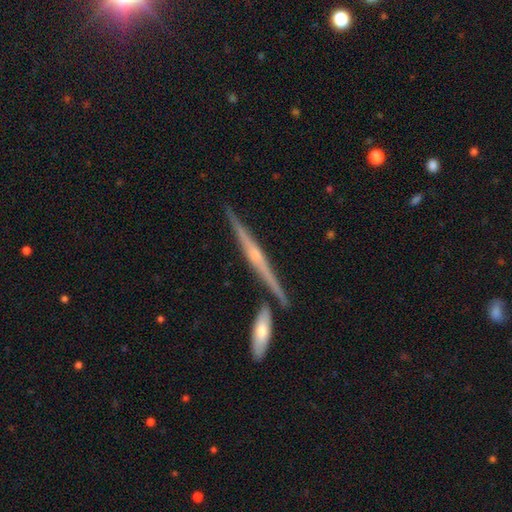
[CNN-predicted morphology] Smooth or featured: featured or disk — 79% (smooth — 15%)
Edge-on disk: yes — 98% (no — 2%)
Edge-on bulge: rounded — 65% (none — 23%)
Merging: none — 83% (minor disturbance — 8%)